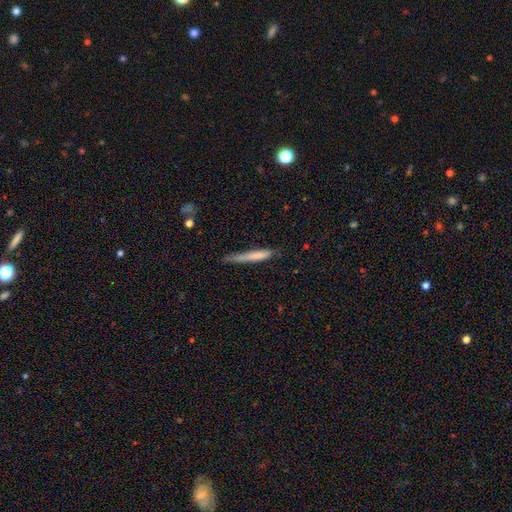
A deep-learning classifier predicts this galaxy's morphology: Q: Smooth or featured?
A: smooth (70%); runner-up: featured or disk (24%)
Q: How rounded?
A: cigar-shaped (95%); runner-up: in between (4%)
Q: Merging?
A: none (65%); runner-up: minor disturbance (26%)